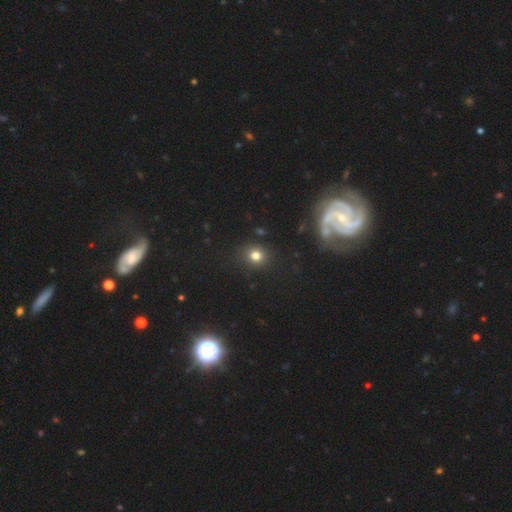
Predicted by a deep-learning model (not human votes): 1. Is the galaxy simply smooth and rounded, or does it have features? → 78% smooth, 15% star or artifact, 7% featured or disk.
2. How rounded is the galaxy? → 83% round, 16% in between, 1% cigar-shaped.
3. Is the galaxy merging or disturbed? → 87% none, 8% minor disturbance, 3% major disturbance, 2% merger.